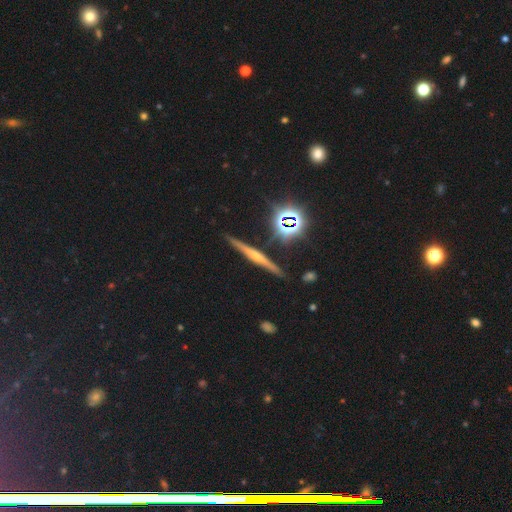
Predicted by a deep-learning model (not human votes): The model was most divided on "smooth or featured": featured or disk: 68%, star or artifact: 17%, smooth: 16%. More confident: edge-on disk — yes (97%); merging — none (89%); edge-on bulge — rounded (81%).